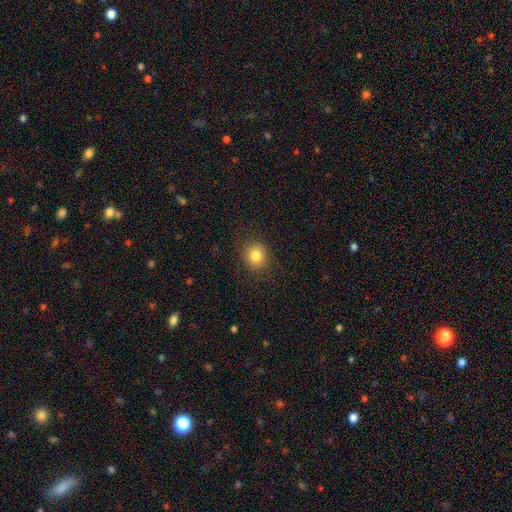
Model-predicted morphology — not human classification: This is clearly a smooth galaxy (82%). How rounded: clearly round (81%). Merging: clearly none (87%).